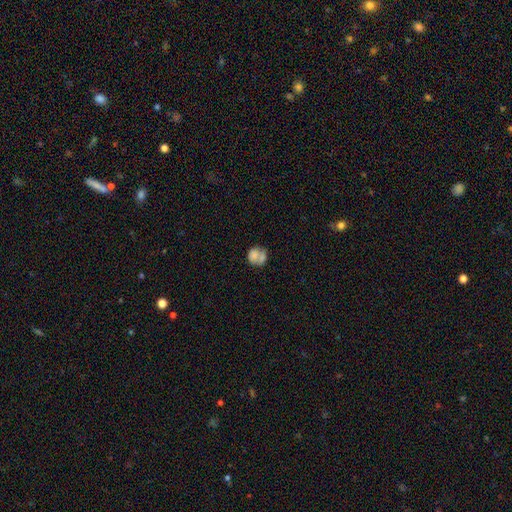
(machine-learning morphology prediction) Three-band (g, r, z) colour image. It shows a smooth galaxy with no disk features (70%) that is round (68%). Merging: merger (40%).